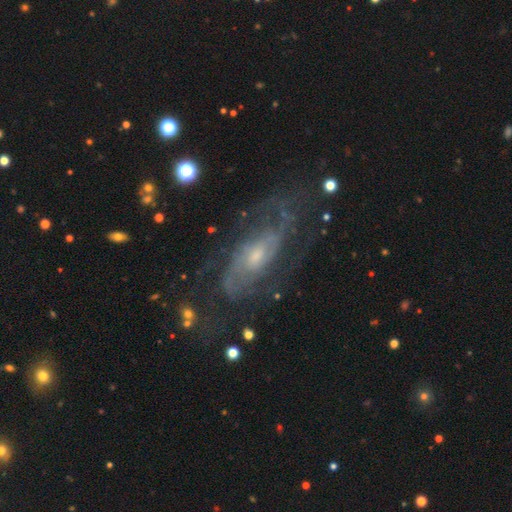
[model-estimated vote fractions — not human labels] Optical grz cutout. It shows a featured or disk galaxy (83%) with no bar (57%), 2 (40%) tight (46%) spiral arms (91%) and a small central bulge (52%). Merging: none (70%).